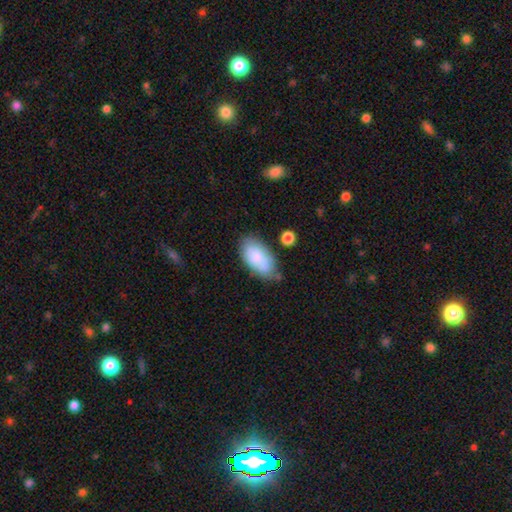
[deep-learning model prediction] smooth_or_featured: smooth (p=0.79) [alt: featured or disk p=0.15]
how_rounded: in between (p=0.94) [alt: round p=0.03]
merging: none (p=0.60) [alt: minor disturbance p=0.25]